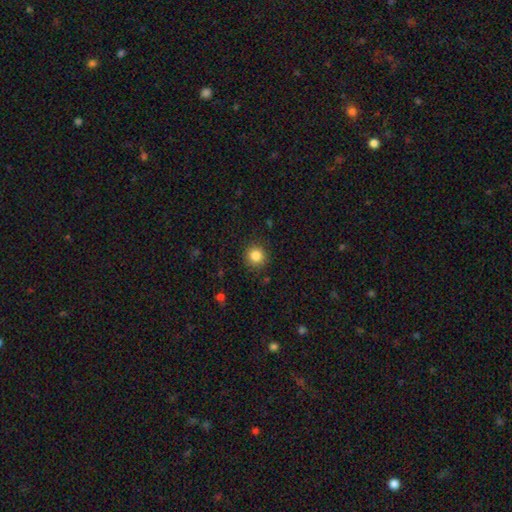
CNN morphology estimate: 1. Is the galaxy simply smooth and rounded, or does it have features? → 85% smooth, 11% star or artifact, 5% featured or disk.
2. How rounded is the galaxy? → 94% round, 6% in between, 1% cigar-shaped.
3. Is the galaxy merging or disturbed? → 89% none, 8% minor disturbance, 2% major disturbance, 1% merger.